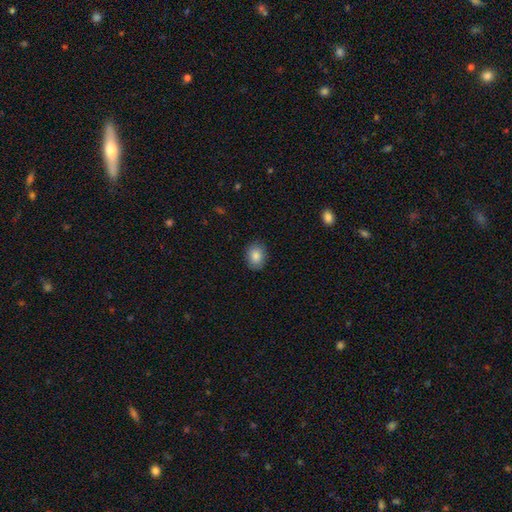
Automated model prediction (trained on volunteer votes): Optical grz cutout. It shows a smooth galaxy with no disk features (86%) that is in between round and cigar-shaped (59%). Merging: none (88%).